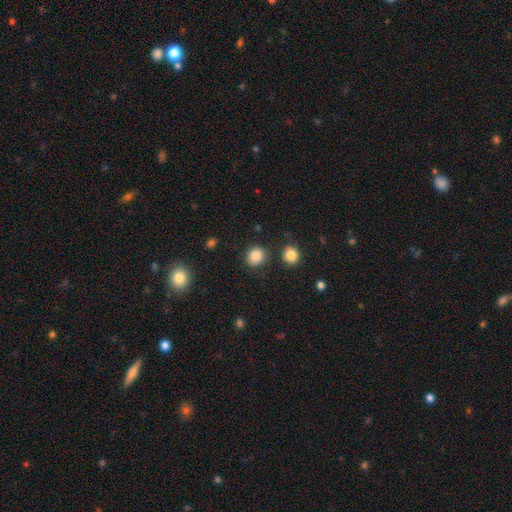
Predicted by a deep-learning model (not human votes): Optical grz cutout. It shows a smooth galaxy with no disk features (86%) that is round (82%). Merging: none (83%).